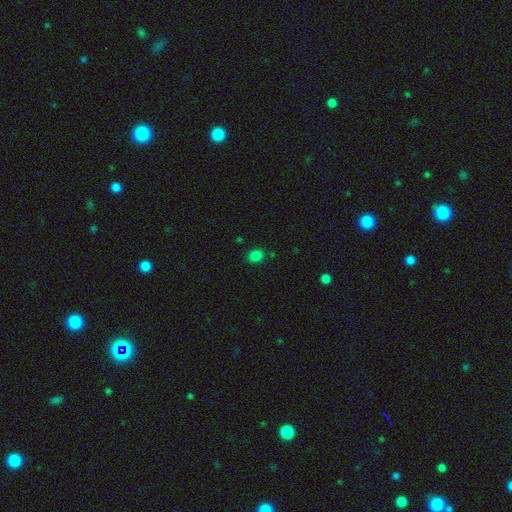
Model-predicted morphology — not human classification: Overall: smooth (81%). How rounded: round (51%; in between 48%). Merging: none (83%).